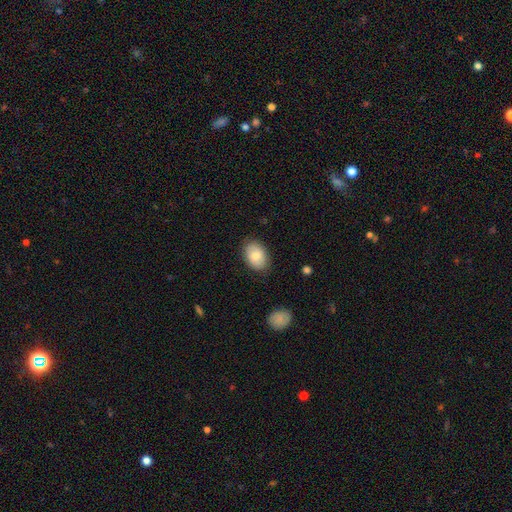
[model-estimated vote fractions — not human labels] Overall: smooth (81%). How rounded: in between (82%). Merging: none (84%).